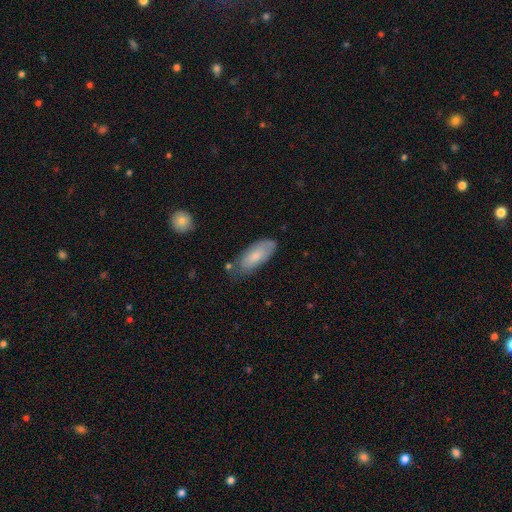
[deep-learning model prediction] Smooth or featured: smooth — 75% (featured or disk — 19%)
How rounded: in between — 81% (cigar-shaped — 18%)
Merging: none — 67% (minor disturbance — 25%)